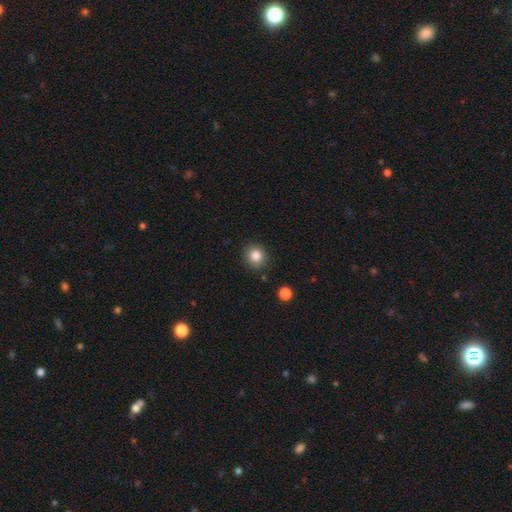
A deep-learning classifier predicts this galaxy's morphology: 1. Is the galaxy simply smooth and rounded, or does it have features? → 83% smooth, 11% star or artifact, 6% featured or disk.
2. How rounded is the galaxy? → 83% round, 16% in between, 1% cigar-shaped.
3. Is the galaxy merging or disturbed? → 88% none, 8% minor disturbance, 2% merger, 2% major disturbance.